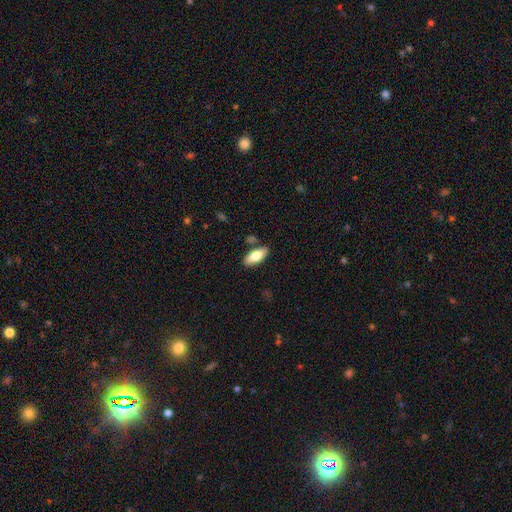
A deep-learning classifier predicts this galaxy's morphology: smooth-or-featured: smooth: 75% | featured or disk: 19% | star or artifact: 6%
  how-rounded: in between: 83% | cigar-shaped: 15% | round: 2%
  merging: none: 81% | minor disturbance: 11% | merger: 5% | major disturbance: 2%